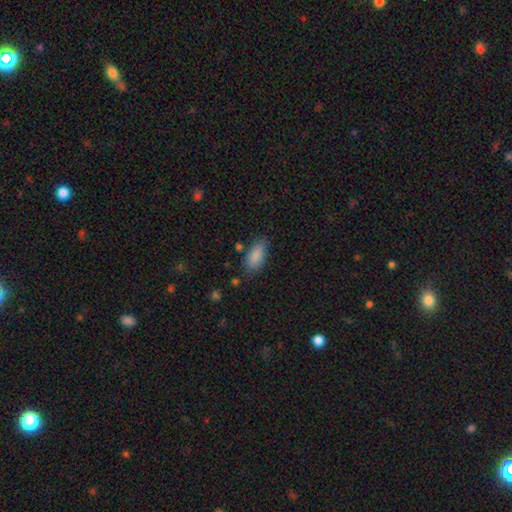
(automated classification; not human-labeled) This is clearly a smooth galaxy (87%). How rounded: clearly in between (90%). Merging: likely none (74%).